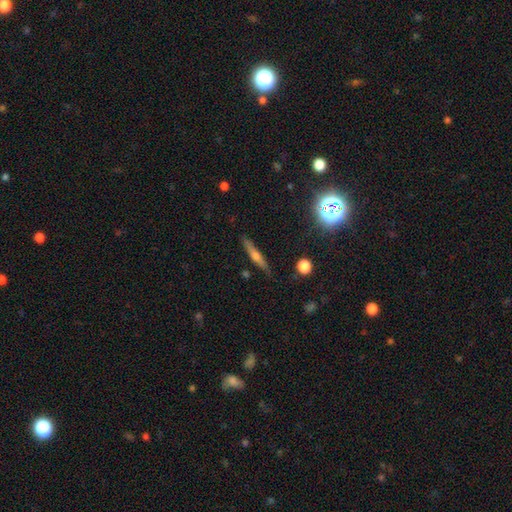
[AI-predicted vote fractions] Smooth or featured: featured or disk — 48% (smooth — 43%)
Merging: none — 85% (minor disturbance — 11%)